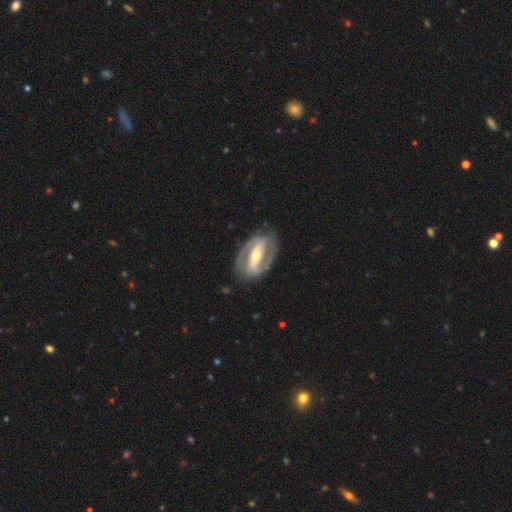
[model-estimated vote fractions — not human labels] smooth-or-featured: featured or disk: 87% | smooth: 10% | star or artifact: 4%
  disk-edge-on: no: 95% | yes: 5%
    bar: strong: 70% | weak: 19% | no: 11%
    has-spiral-arms: yes: 86% | no: 14%
      spiral-winding: tight: 44% | medium: 42% | loose: 14%
      spiral-arm-count: 2: 89% | can't tell: 5% | 1: 2% | 3: 1% | 4: 1% | more than 4: 1%
    bulge-size: moderate: 58% | small: 35% | large: 5% | none: 1% | dominant: 1%
  merging: none: 83% | minor disturbance: 11% | major disturbance: 5% | merger: 1%